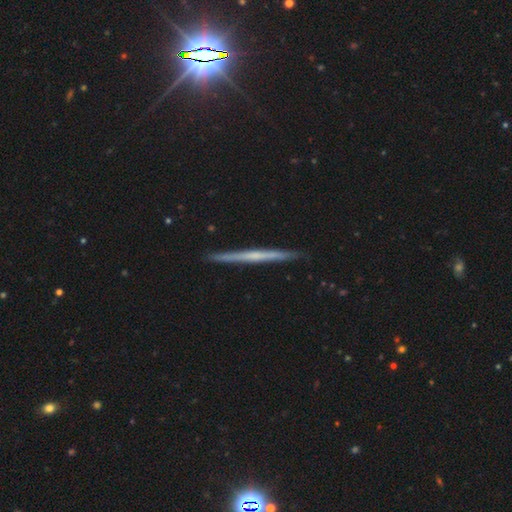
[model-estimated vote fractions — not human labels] Smooth or featured? featured or disk (62%)
Edge-on disk? yes (98%)
Edge-on bulge? none (76%)
Merging? none (92%)